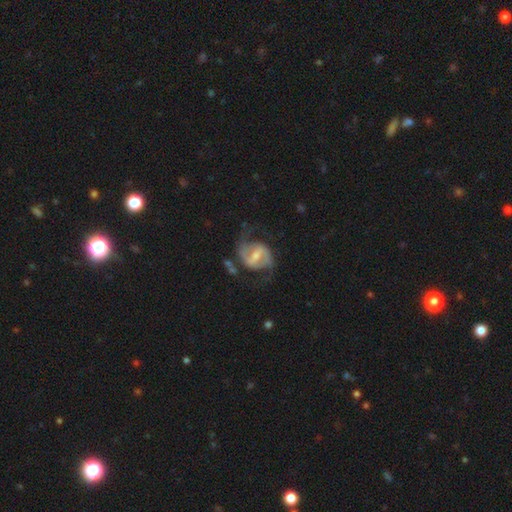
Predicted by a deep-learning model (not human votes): featured or disk 85%, smooth 10%, star or artifact 5%. Down the decision tree: edge-on disk — no (97%); bar — weak (45%); spiral arms — yes (93%); spiral arm count — 2 (91%); spiral winding — medium (52%); bulge size — moderate (54%); merging — none (68%).